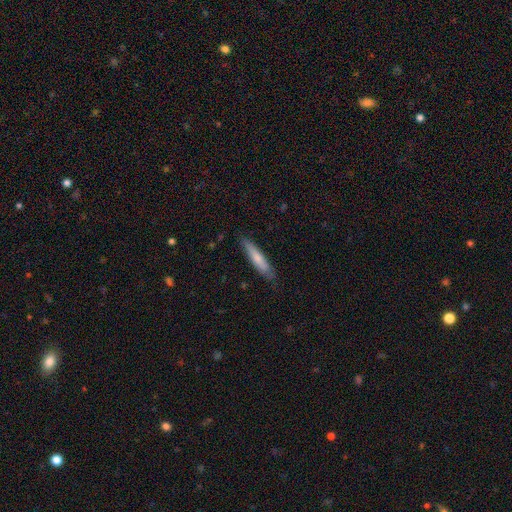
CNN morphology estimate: A smooth galaxy with no disk features (67%) that is cigar-shaped (89%). Merging: none (83%).